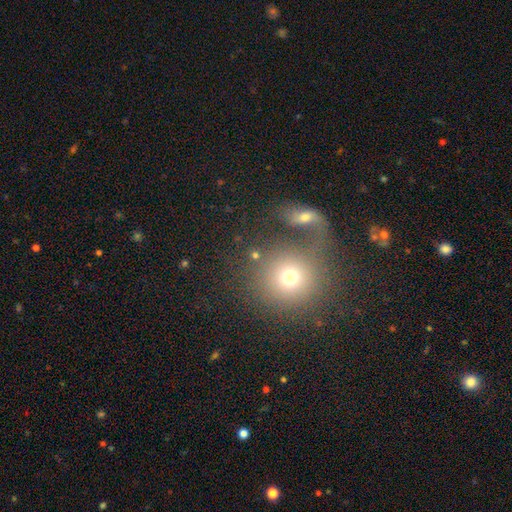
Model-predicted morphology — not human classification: This appears to be a smooth galaxy with no disk features (67%) that is round (86%). Merging: none (47%).